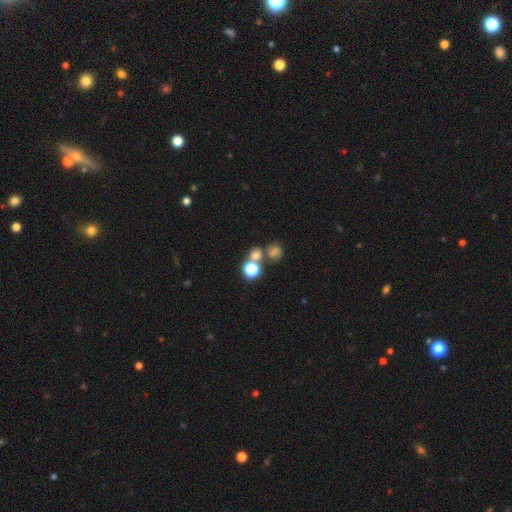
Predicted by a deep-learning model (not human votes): Smooth or featured: smooth — 62% (star or artifact — 24%)
How rounded: round — 76% (in between — 23%)
Merging: none — 47% (merger — 38%)